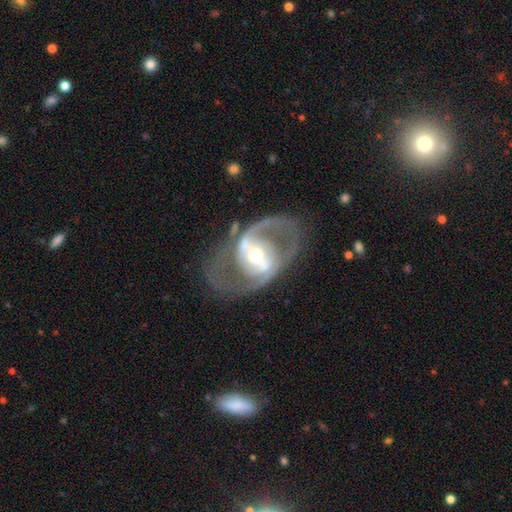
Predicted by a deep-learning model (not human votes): smooth_or_featured: featured or disk (p=0.85) [alt: smooth p=0.10]
disk_edge_on: no (p=0.95) [alt: yes p=0.05]
bar: strong (p=0.41) [alt: weak p=0.34]
has_spiral_arms: yes (p=0.79) [alt: no p=0.21]
spiral_winding: medium (p=0.53) [alt: loose p=0.25]
spiral_arm_count: 2 (p=0.85) [alt: can't tell p=0.07]
bulge_size: moderate (p=0.66) [alt: small p=0.22]
merging: none (p=0.68) [alt: major disturbance p=0.15]